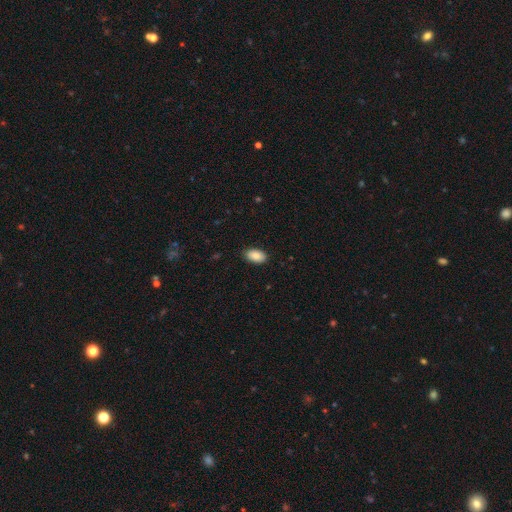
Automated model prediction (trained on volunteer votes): This appears to be a smooth galaxy with no disk features (89%) that is in between round and cigar-shaped (94%). Merging: none (88%).